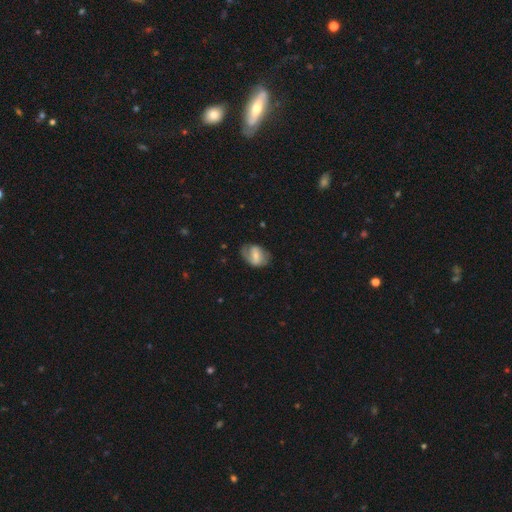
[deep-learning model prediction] smooth_or_featured: featured or disk (p=0.54) [alt: smooth p=0.39]
disk_edge_on: no (p=0.95) [alt: yes p=0.05]
bar: weak (p=0.46) [alt: strong p=0.29]
has_spiral_arms: yes (p=0.73) [alt: no p=0.27]
bulge_size: small (p=0.47) [alt: moderate p=0.42]
merging: none (p=0.61) [alt: minor disturbance p=0.25]